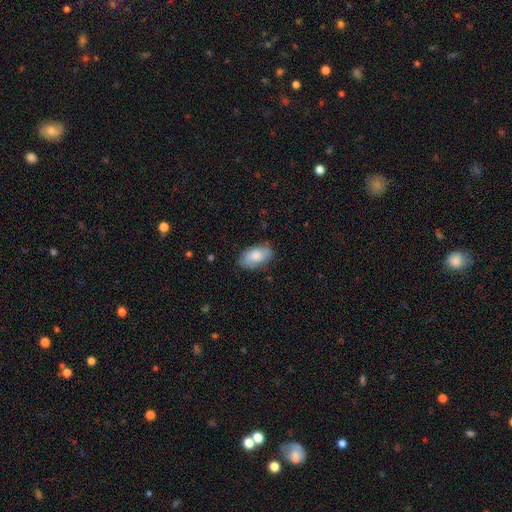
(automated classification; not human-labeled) Smooth or featured: smooth — 73% (featured or disk — 21%)
How rounded: in between — 93% (round — 4%)
Merging: none — 77% (minor disturbance — 18%)